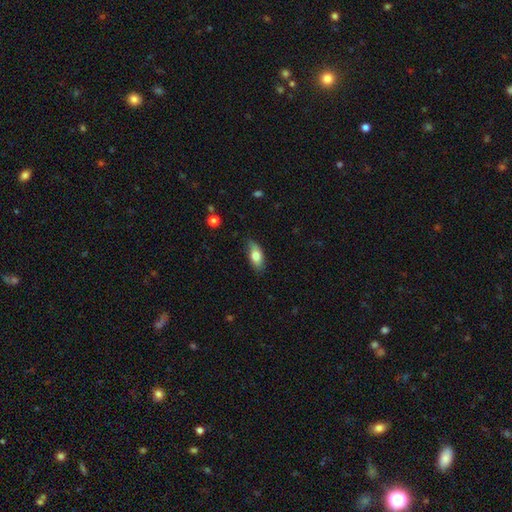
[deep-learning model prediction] This appears to be a smooth galaxy with no disk features (74%) that is in between round and cigar-shaped (84%). Merging: none (76%).